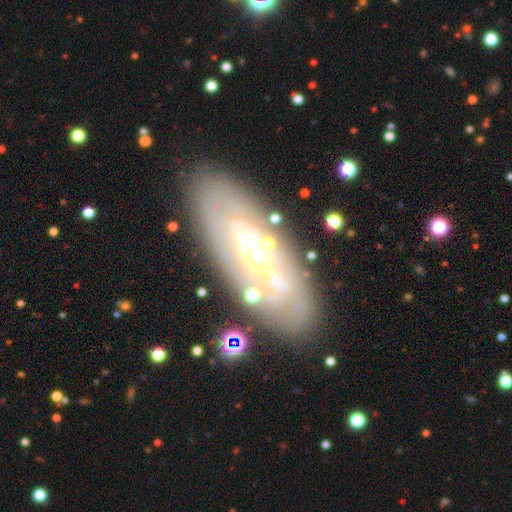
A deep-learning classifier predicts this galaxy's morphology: This appears to be a featured or disk galaxy (70%). Merging: none (80%).